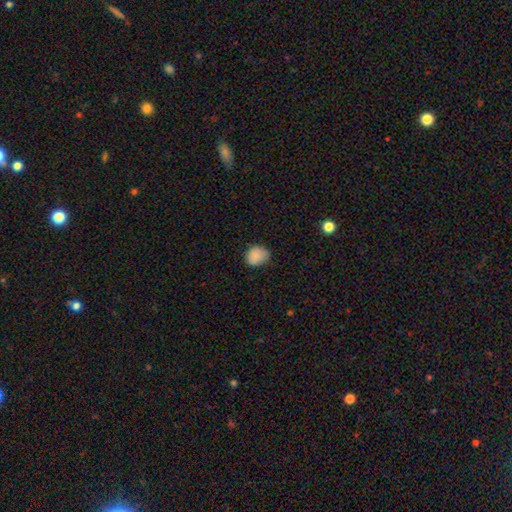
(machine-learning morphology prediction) Q: Smooth or featured?
A: smooth (86%); runner-up: star or artifact (9%)
Q: How rounded?
A: round (54%); runner-up: in between (45%)
Q: Merging?
A: none (73%); runner-up: minor disturbance (22%)